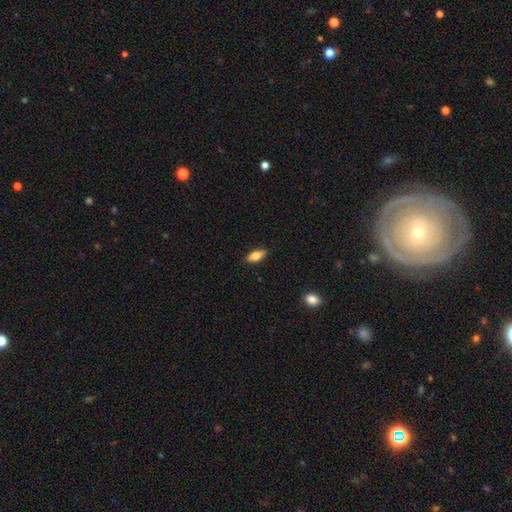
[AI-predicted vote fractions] smooth 72%, featured or disk 21%, star or artifact 7%. Down the decision tree: how rounded — in between (81%); merging — none (88%).